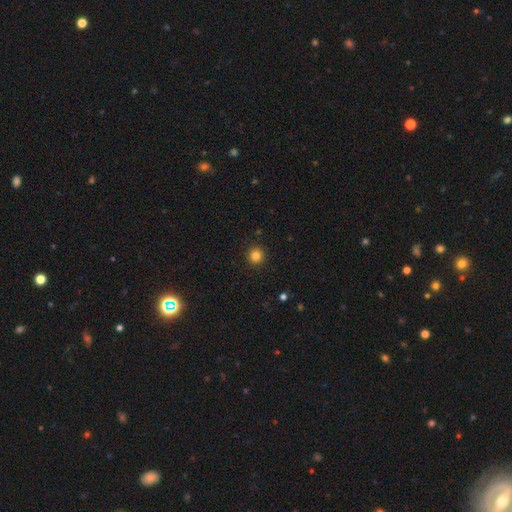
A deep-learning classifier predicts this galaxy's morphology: Q: Smooth or featured?
A: smooth (84%); runner-up: star or artifact (12%)
Q: How rounded?
A: round (95%); runner-up: in between (4%)
Q: Merging?
A: none (92%); runner-up: minor disturbance (5%)